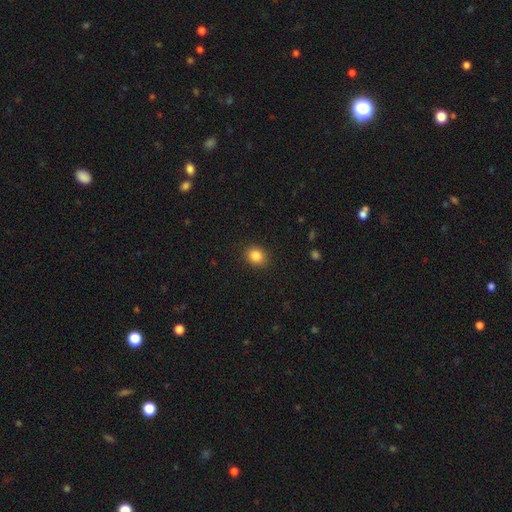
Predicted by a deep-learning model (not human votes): Smooth or featured? Predicted: smooth (p=0.85). How rounded? Predicted: round (p=0.70). Merging? Predicted: none (p=0.89).